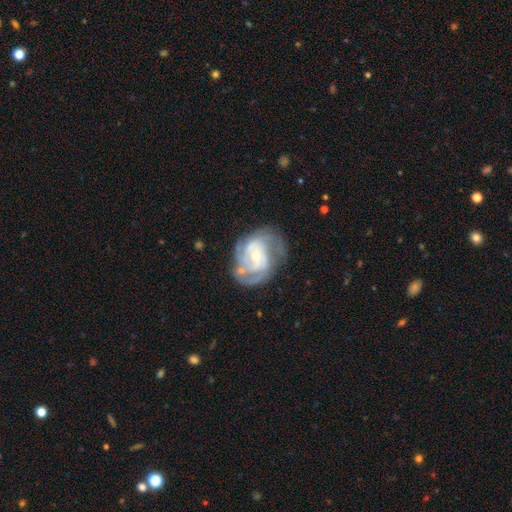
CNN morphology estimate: Smooth or featured? Predicted: featured or disk (p=0.85). Edge-on disk? Predicted: no (p=0.98). Bar? Predicted: no (p=0.46). Spiral arms? Predicted: yes (p=0.92). Spiral winding? Predicted: tight (p=0.51). Spiral arm count? Predicted: 2 (p=0.33). Bulge size? Predicted: small (p=0.51). Merging? Predicted: none (p=0.58).